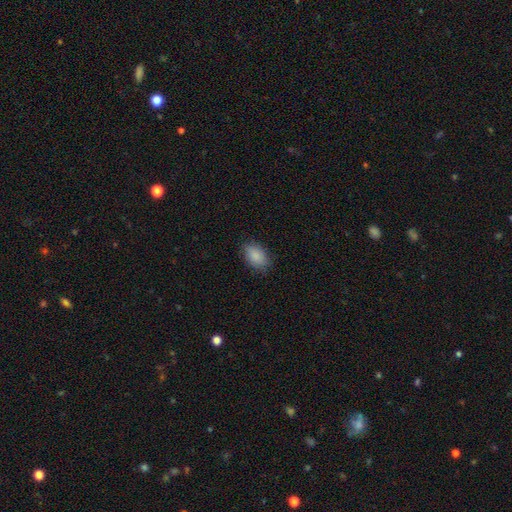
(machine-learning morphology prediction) Smooth or featured: smooth — 88% (star or artifact — 7%)
How rounded: in between — 88% (round — 11%)
Merging: none — 83% (minor disturbance — 13%)